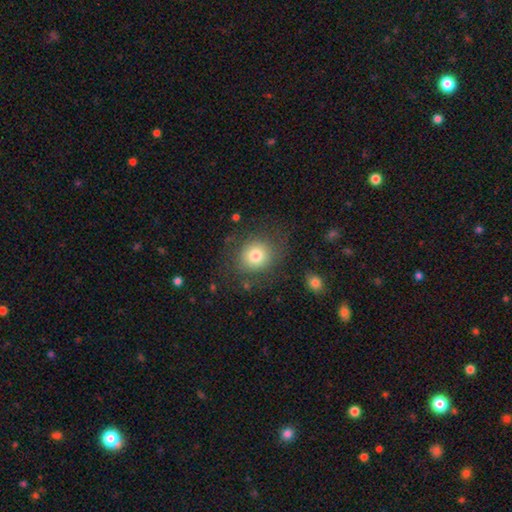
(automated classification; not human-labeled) A smooth galaxy with no disk features (77%) that is round (83%).

Vote fractions:
- Smooth or featured? smooth: 77% / featured or disk: 13% / star or artifact: 11%
- How rounded? round: 83% / in between: 16% / cigar-shaped: 1%
- Merging? none: 75% / minor disturbance: 14% / major disturbance: 9% / merger: 2%